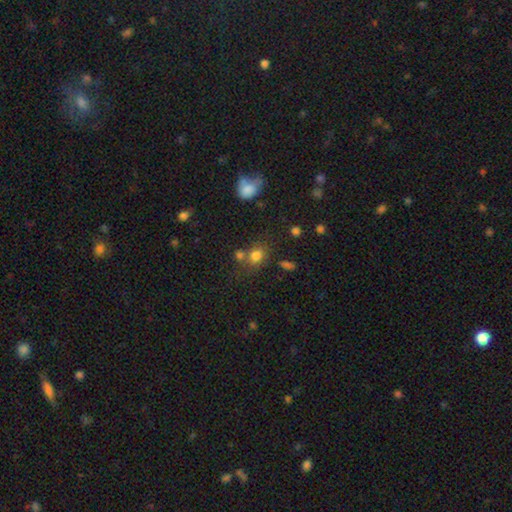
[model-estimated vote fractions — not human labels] Smooth or featured: smooth — 78% (star or artifact — 14%)
How rounded: round — 56% (in between — 42%)
Merging: none — 55% (merger — 25%)